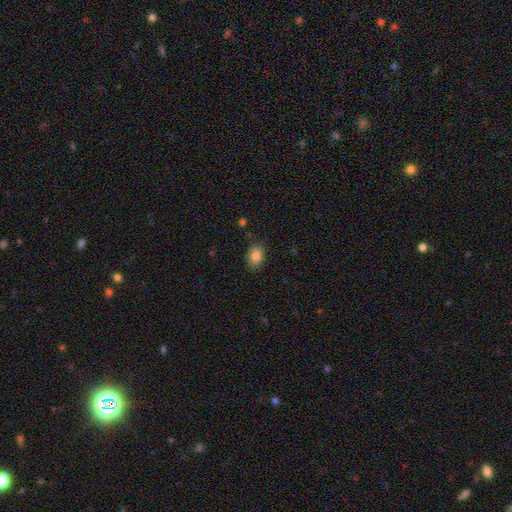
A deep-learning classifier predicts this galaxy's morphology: Smooth or featured: smooth — 85% (star or artifact — 9%)
How rounded: in between — 76% (round — 23%)
Merging: none — 84% (minor disturbance — 12%)